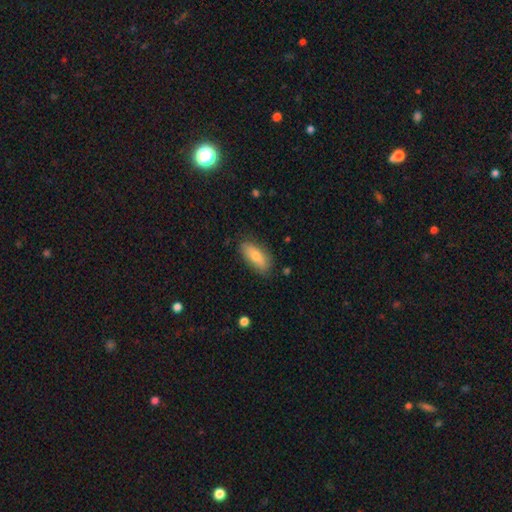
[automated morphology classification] Q: Smooth or featured?
A: smooth (69%); runner-up: featured or disk (23%)
Q: How rounded?
A: in between (81%); runner-up: cigar-shaped (16%)
Q: Merging?
A: none (79%); runner-up: minor disturbance (17%)